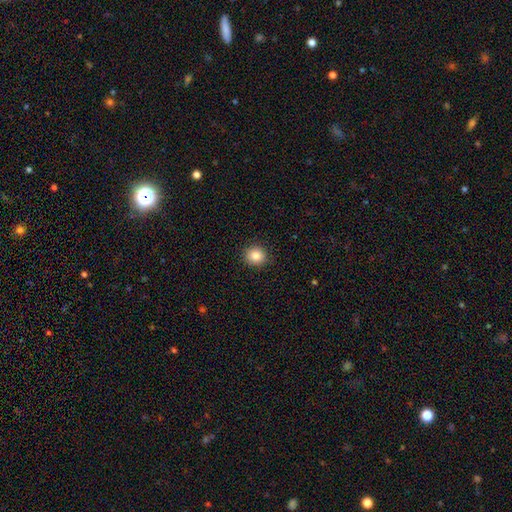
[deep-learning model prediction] Smooth or featured: smooth — 85% (star or artifact — 10%)
How rounded: round — 86% (in between — 13%)
Merging: none — 91% (minor disturbance — 6%)